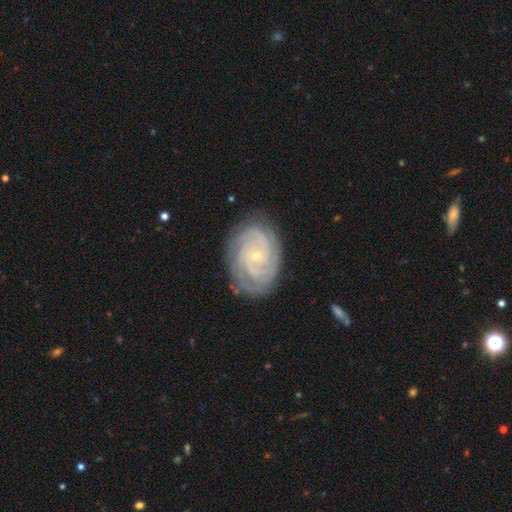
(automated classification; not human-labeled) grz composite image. It shows a featured or disk galaxy (88%) with no bar (69%), 2 (27%) tight (75%) spiral arms (98%) and a small central bulge (83%). Merging: none (80%).